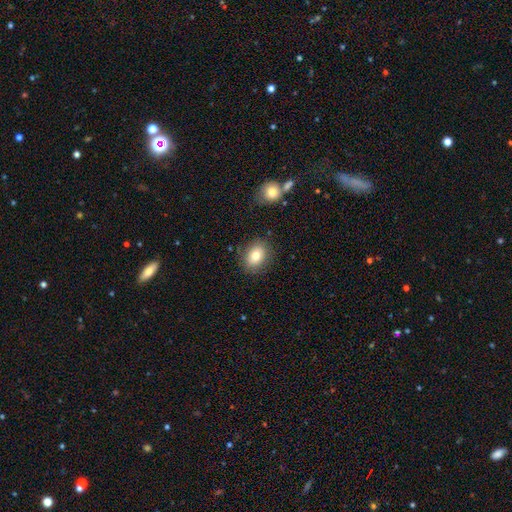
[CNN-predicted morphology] Smooth or featured? smooth (78%)
How rounded? in between (63%)
Merging? none (83%)